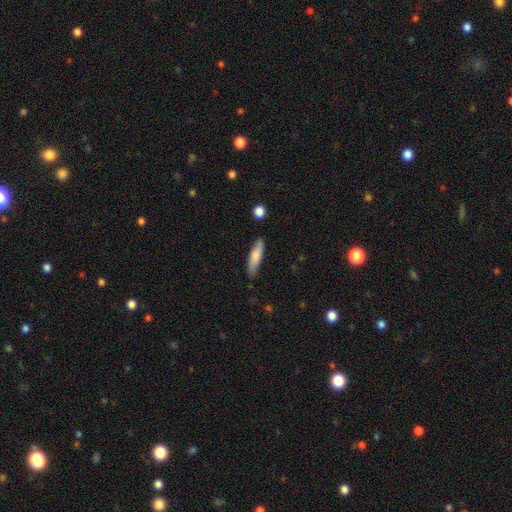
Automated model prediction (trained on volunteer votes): This appears to be a smooth galaxy with no disk features (73%) that is cigar-shaped (66%). Merging: none (78%).